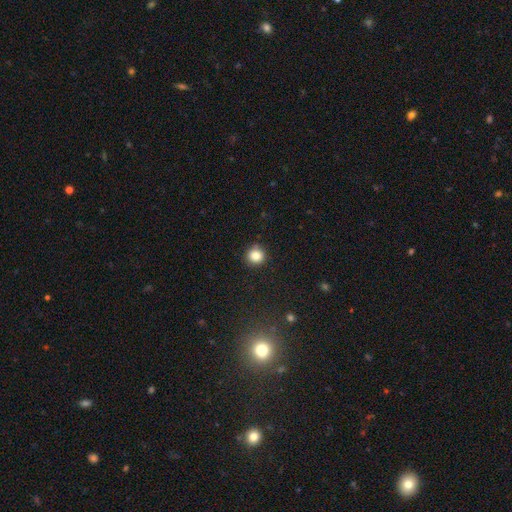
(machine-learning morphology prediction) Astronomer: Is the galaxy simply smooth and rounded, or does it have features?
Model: smooth — 84%.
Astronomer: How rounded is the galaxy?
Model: round — 93%.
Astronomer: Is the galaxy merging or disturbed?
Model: none — 88%.